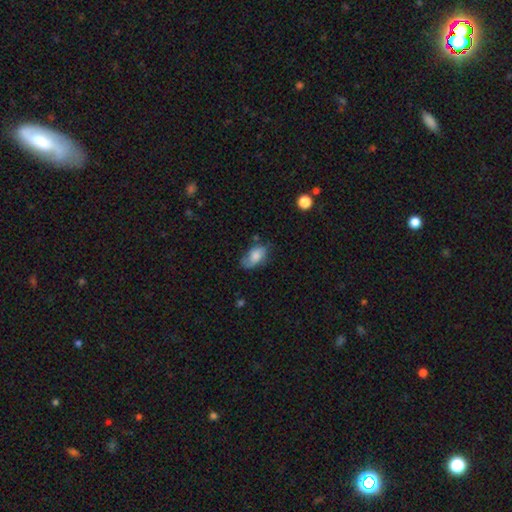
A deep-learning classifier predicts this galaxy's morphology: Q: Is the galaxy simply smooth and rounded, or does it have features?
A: smooth — 61%.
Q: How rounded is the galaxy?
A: in between — 91%.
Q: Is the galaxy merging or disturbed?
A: none — 54%.